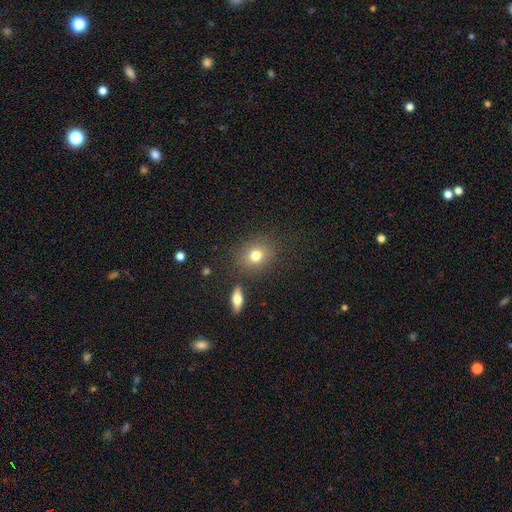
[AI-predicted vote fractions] Smooth or featured? Predicted: smooth (p=0.78). How rounded? Predicted: round (p=0.67). Merging? Predicted: none (p=0.82).